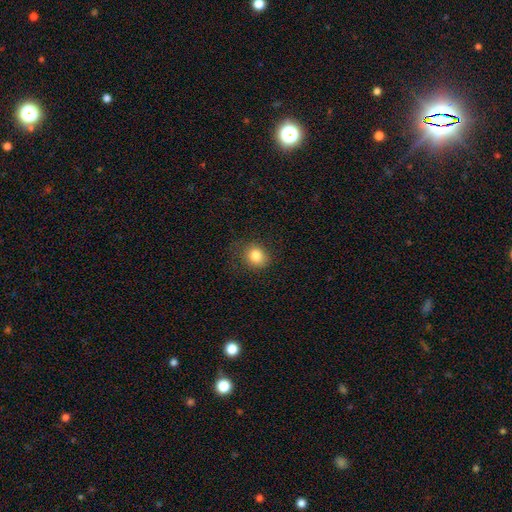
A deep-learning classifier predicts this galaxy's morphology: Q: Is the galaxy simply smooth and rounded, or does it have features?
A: smooth — 82%.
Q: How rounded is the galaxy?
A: round — 68%.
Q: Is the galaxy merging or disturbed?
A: none — 77%.